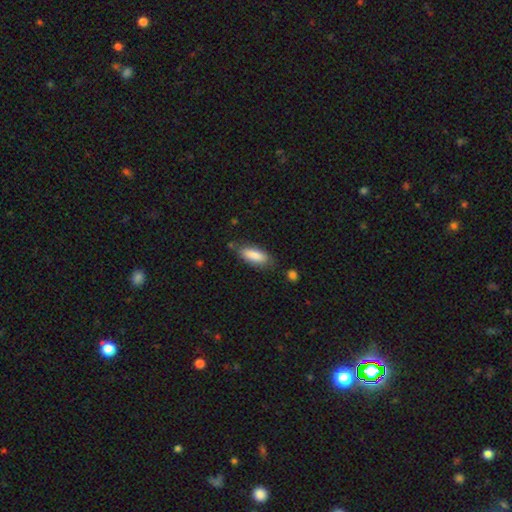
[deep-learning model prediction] smooth_or_featured: smooth (p=0.84) [alt: featured or disk p=0.10]
how_rounded: in between (p=0.69) [alt: cigar-shaped p=0.29]
merging: none (p=0.76) [alt: minor disturbance p=0.17]